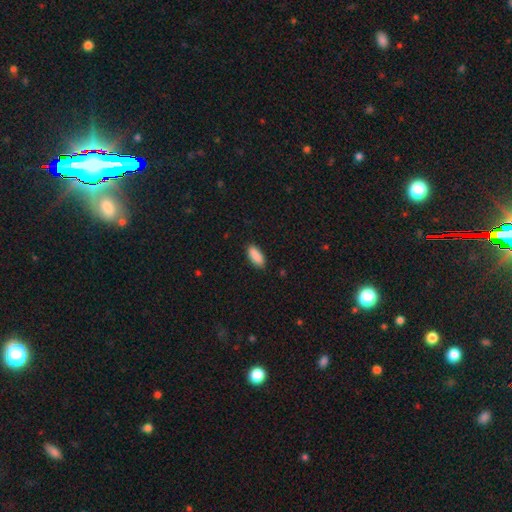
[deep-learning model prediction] Morphology: type=smooth (90%); roundness=in between (82%); merging=none (88%).